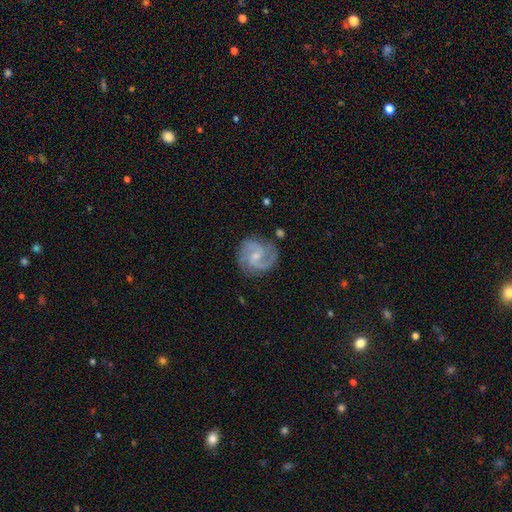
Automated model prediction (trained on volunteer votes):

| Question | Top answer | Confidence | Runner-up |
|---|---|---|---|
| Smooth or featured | featured or disk | 89% | smooth (6%) |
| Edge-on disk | no | 98% | yes (2%) |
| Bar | no | 50% | weak (42%) |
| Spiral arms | yes | 98% | no (2%) |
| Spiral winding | medium | 57% | tight (30%) |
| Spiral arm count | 2 | 83% | 3 (8%) |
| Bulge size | small | 65% | moderate (29%) |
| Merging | none | 77% | minor disturbance (16%) |